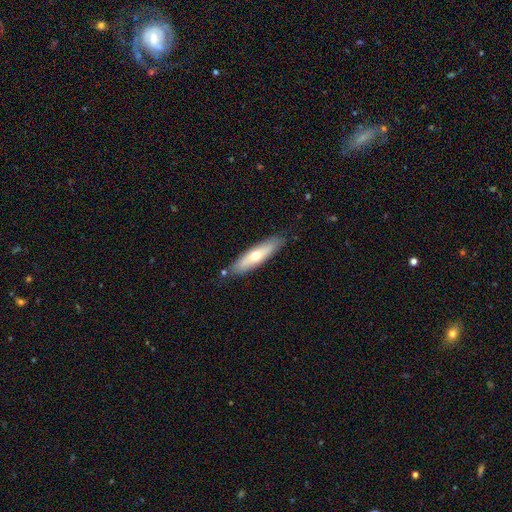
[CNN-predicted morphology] smooth 56%, featured or disk 39%, star or artifact 5%. Down the decision tree: how rounded — cigar-shaped (66%); merging — none (82%).